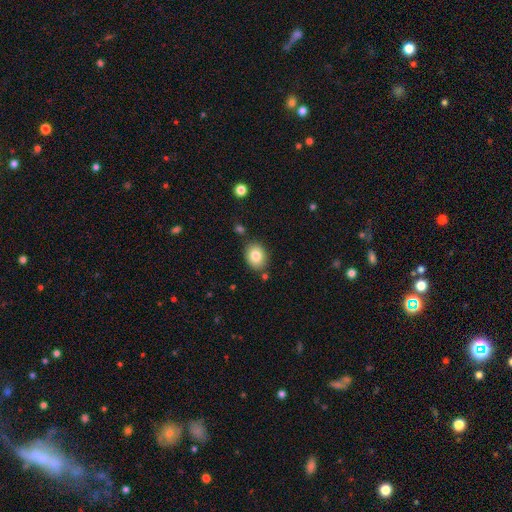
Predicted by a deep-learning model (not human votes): This appears to be a smooth galaxy with no disk features (82%) that is in between round and cigar-shaped (57%). Merging: none (81%).